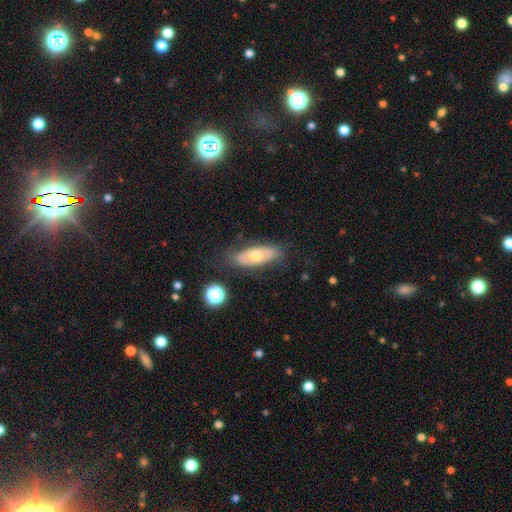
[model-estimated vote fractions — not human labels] This appears to be a smooth galaxy with no disk features (48%). Merging: none (74%).